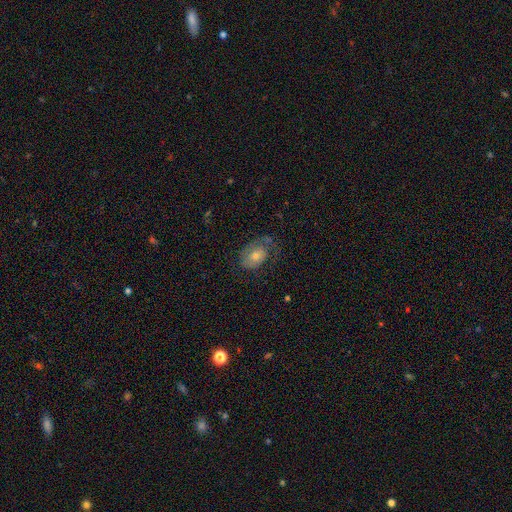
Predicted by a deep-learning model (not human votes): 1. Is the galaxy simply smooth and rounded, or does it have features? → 52% featured or disk, 38% smooth, 10% star or artifact.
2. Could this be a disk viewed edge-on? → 95% no, 5% yes.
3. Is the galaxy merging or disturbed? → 55% none, 22% minor disturbance, 21% major disturbance, 2% merger.